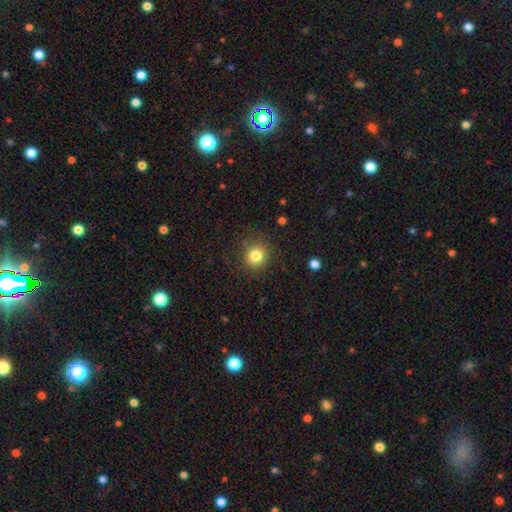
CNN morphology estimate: A smooth galaxy with no disk features (81%) that is round (88%).

Vote fractions:
- Smooth or featured? smooth: 81% / star or artifact: 12% / featured or disk: 7%
- How rounded? round: 88% / in between: 11% / cigar-shaped: 1%
- Merging? none: 86% / minor disturbance: 9% / major disturbance: 3% / merger: 1%